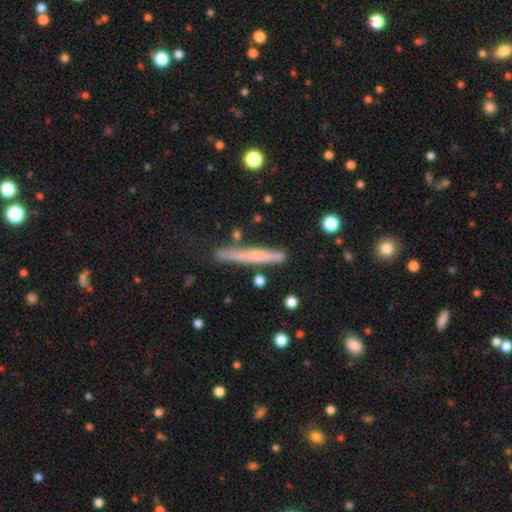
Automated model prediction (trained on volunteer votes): Smooth or featured? Predicted: smooth (p=0.48). Merging? Predicted: none (p=0.79).